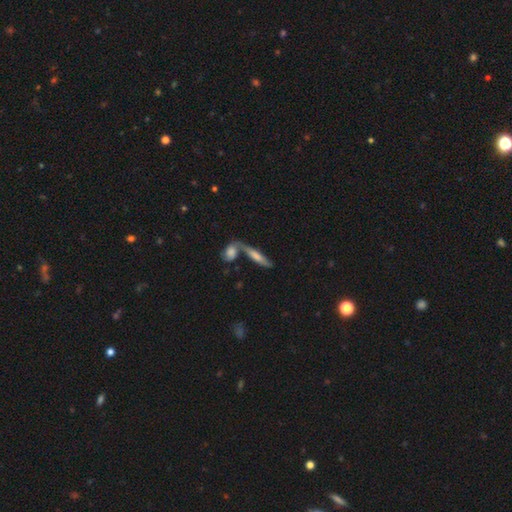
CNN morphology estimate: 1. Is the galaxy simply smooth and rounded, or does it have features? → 48% featured or disk, 42% smooth, 9% star or artifact.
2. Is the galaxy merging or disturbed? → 48% none, 37% merger, 10% minor disturbance, 5% major disturbance.